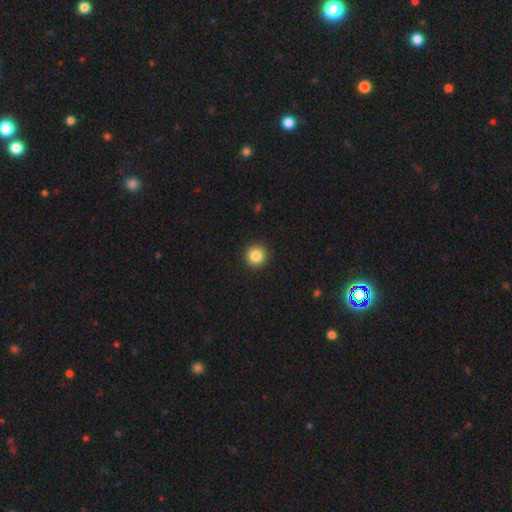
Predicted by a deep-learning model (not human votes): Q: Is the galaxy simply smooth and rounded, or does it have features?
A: smooth — 86%.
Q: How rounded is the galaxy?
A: round — 95%.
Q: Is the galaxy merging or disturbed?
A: none — 93%.